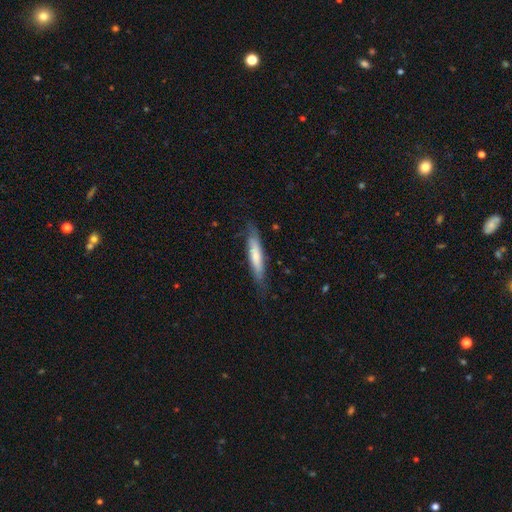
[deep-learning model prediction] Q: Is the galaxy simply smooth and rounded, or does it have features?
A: smooth — 61%.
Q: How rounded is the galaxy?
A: cigar-shaped — 84%.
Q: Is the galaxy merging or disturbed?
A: none — 73%.